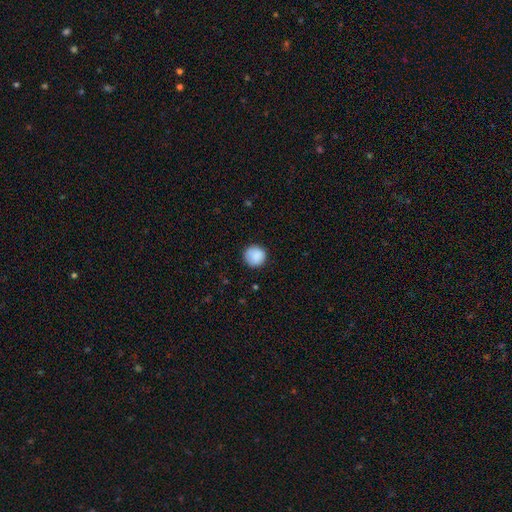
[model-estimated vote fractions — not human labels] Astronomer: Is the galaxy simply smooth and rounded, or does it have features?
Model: smooth — 88%.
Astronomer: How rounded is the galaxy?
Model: round — 94%.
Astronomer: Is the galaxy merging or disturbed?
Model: none — 86%.